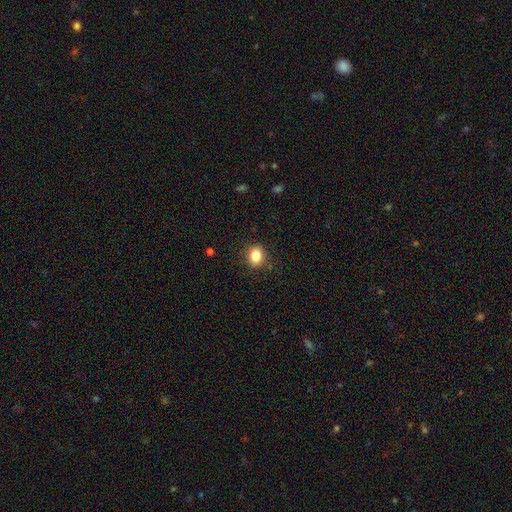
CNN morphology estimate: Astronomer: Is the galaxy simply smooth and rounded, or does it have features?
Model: smooth — 85%.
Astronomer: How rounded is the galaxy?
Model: round — 53% (runner-up: in between, 46%).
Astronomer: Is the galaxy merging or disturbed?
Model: none — 87%.